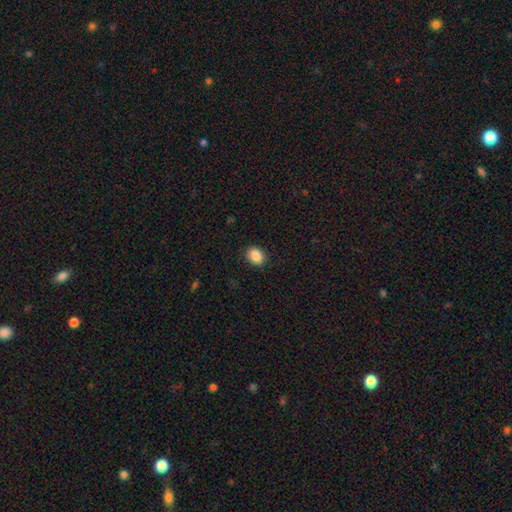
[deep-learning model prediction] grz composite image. It shows a smooth galaxy with no disk features (88%) that is in between round and cigar-shaped (60%). Merging: none (89%).